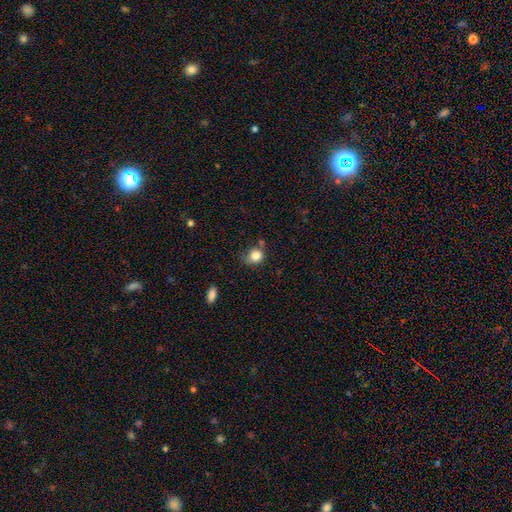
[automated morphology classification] Overall: smooth (83%). How rounded: round (72%). Merging: none (56%; minor disturbance 26%).